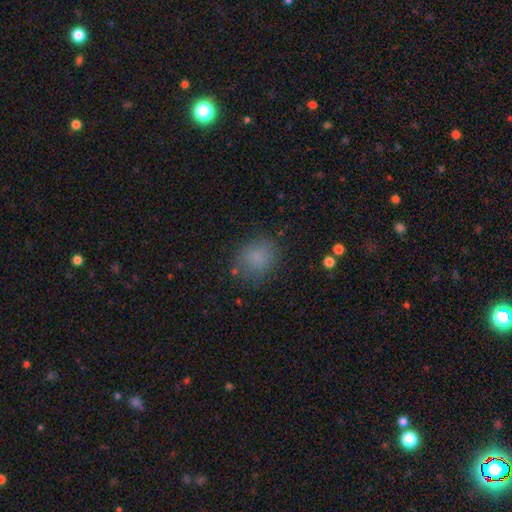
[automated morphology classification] Smooth or featured? smooth (80%)
How rounded? round (61%)
Merging? none (77%)